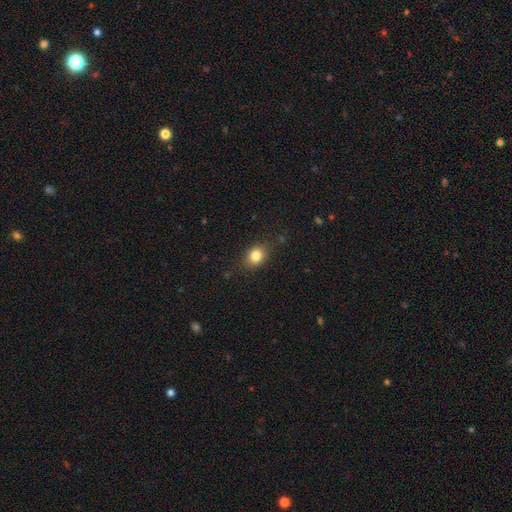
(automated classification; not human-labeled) A smooth galaxy with no disk features (82%) that is round (51%).

Vote fractions:
- Smooth or featured? smooth: 82% / star or artifact: 11% / featured or disk: 7%
- How rounded? round: 51% / in between: 48% / cigar-shaped: 1%
- Merging? none: 82% / minor disturbance: 13% / major disturbance: 3% / merger: 1%